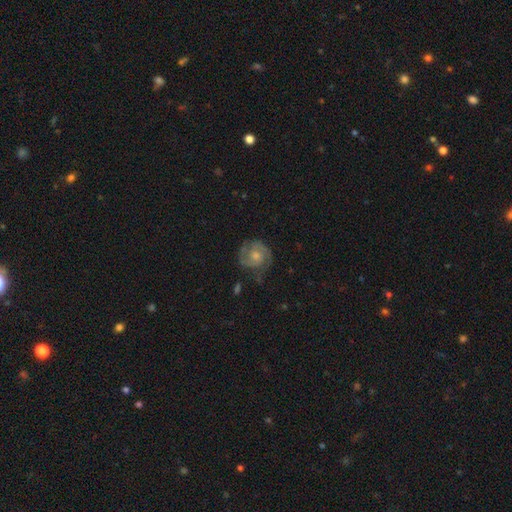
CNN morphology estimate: Q: Smooth or featured?
A: featured or disk (77%); runner-up: smooth (17%)
Q: Edge-on disk?
A: no (98%); runner-up: yes (2%)
Q: Bar?
A: no (68%); runner-up: weak (28%)
Q: Spiral arms?
A: yes (94%); runner-up: no (6%)
Q: Spiral winding?
A: tight (51%); runner-up: medium (39%)
Q: Spiral arm count?
A: 2 (69%); runner-up: can't tell (12%)
Q: Bulge size?
A: moderate (52%); runner-up: small (32%)
Q: Merging?
A: none (68%); runner-up: minor disturbance (21%)